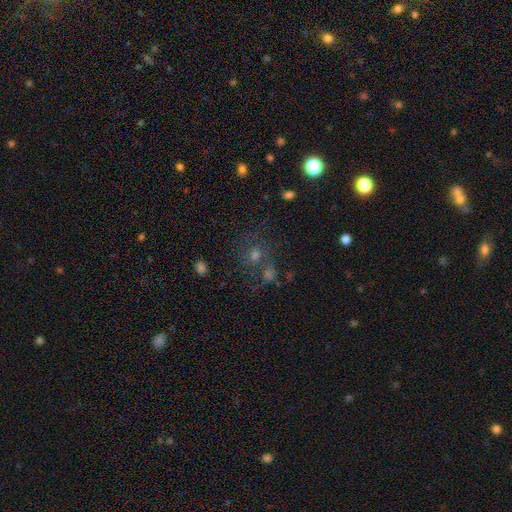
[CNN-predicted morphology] Smooth or featured?
  - smooth: 45% *
  - star or artifact: 38%
  - featured or disk: 17%
Merging?
  - none: 62% *
  - merger: 18%
  - minor disturbance: 11%
  - major disturbance: 8%